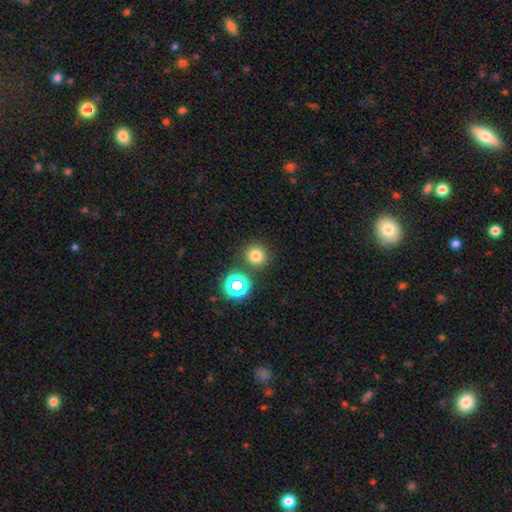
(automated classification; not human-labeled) smooth_or_featured: smooth (p=0.73) [alt: star or artifact p=0.20]
how_rounded: round (p=0.92) [alt: in between p=0.07]
merging: none (p=0.83) [alt: minor disturbance p=0.07]